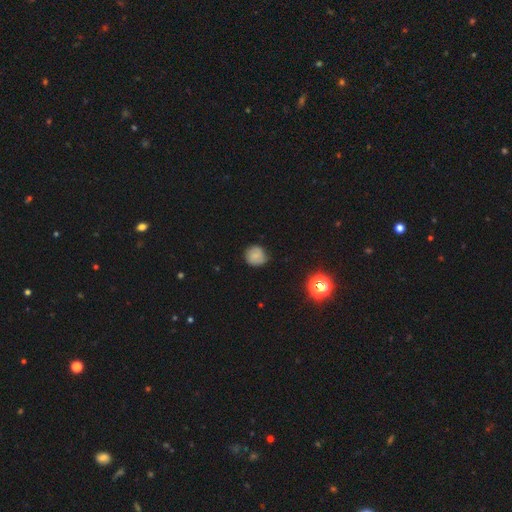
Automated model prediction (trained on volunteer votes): A smooth galaxy with no disk features (68%) that is round (88%). Merging: none (74%).